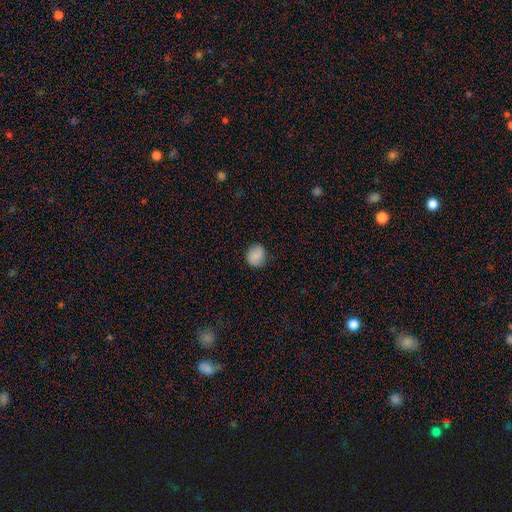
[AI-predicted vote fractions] smooth-or-featured: smooth: 83% | featured or disk: 9% | star or artifact: 8%
  how-rounded: round: 75% | in between: 24% | cigar-shaped: 1%
  merging: none: 82% | minor disturbance: 14% | major disturbance: 3% | merger: 1%